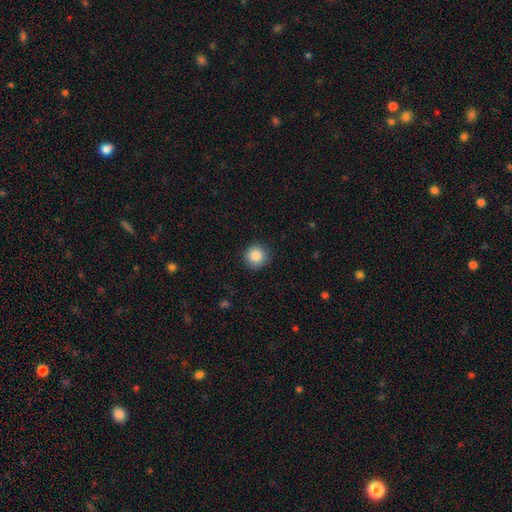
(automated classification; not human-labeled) A smooth galaxy with no disk features (87%) that is round (95%). Merging: none (90%).